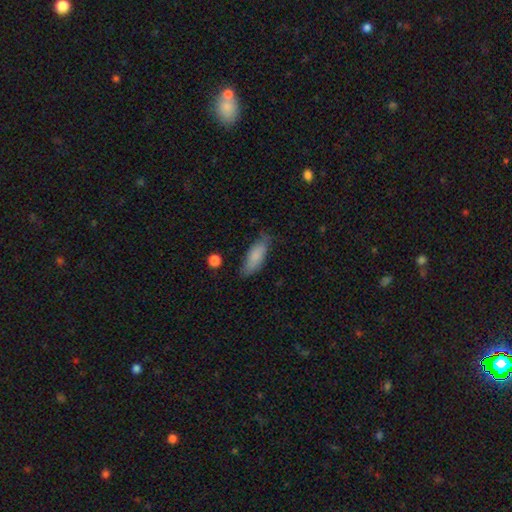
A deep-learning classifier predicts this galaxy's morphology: smooth-or-featured: smooth: 81% | featured or disk: 12% | star or artifact: 6%
  how-rounded: in between: 69% | cigar-shaped: 29% | round: 2%
  merging: none: 70% | minor disturbance: 24% | major disturbance: 5% | merger: 2%